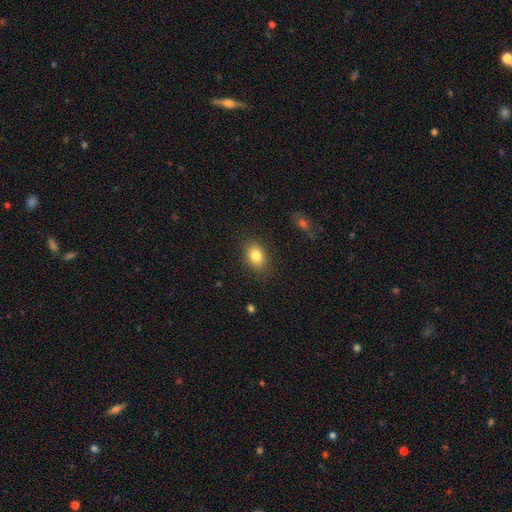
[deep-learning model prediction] Morphology: type=smooth (82%); roundness=in between (71%); merging=none (84%).